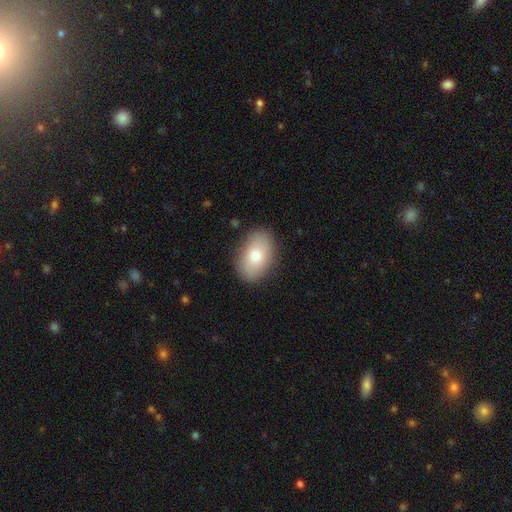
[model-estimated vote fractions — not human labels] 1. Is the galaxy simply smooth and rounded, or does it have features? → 78% smooth, 15% featured or disk, 7% star or artifact.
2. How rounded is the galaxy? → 88% in between, 10% round, 1% cigar-shaped.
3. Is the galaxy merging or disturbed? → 86% none, 10% minor disturbance, 3% major disturbance, 1% merger.